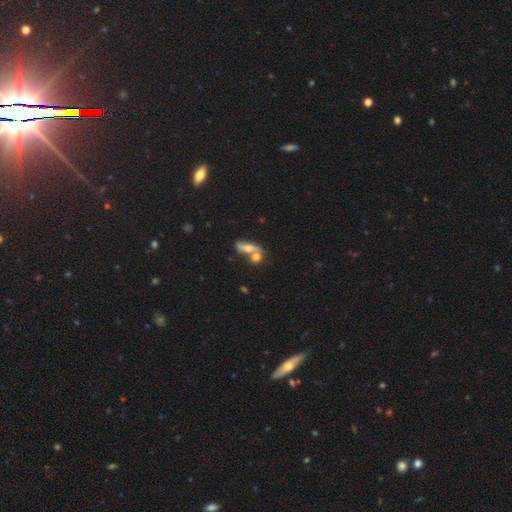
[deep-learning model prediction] smooth 56%, featured or disk 32%, star or artifact 12%. Down the decision tree: how rounded — in between (53%); merging — merger (44%).